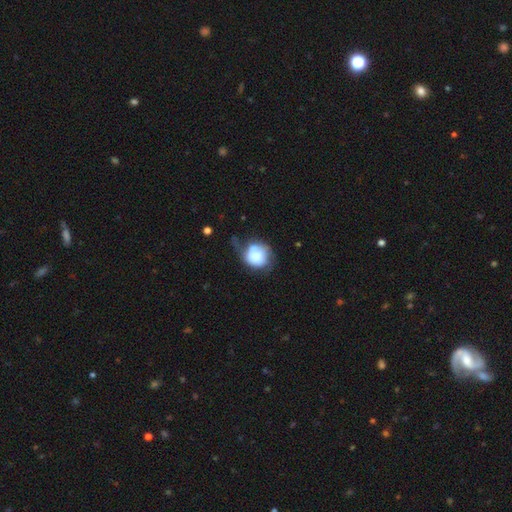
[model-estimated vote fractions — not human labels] Q: Smooth or featured?
A: smooth (58%); runner-up: featured or disk (34%)
Q: How rounded?
A: round (78%); runner-up: in between (21%)
Q: Merging?
A: minor disturbance (35%); runner-up: none (34%)